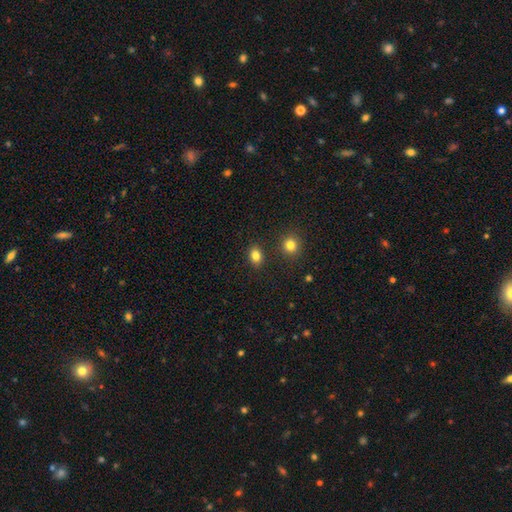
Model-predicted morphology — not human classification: Smooth or featured: smooth — 83% (star or artifact — 11%)
How rounded: in between — 66% (round — 32%)
Merging: none — 85% (minor disturbance — 8%)